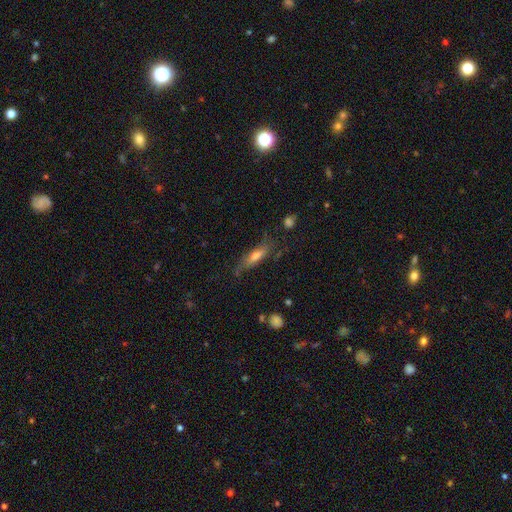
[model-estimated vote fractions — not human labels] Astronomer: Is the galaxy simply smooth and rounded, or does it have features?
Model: smooth — 52% (runner-up: featured or disk, 40%).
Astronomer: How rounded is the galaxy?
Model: cigar-shaped — 62%.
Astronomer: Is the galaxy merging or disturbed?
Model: none — 62%.